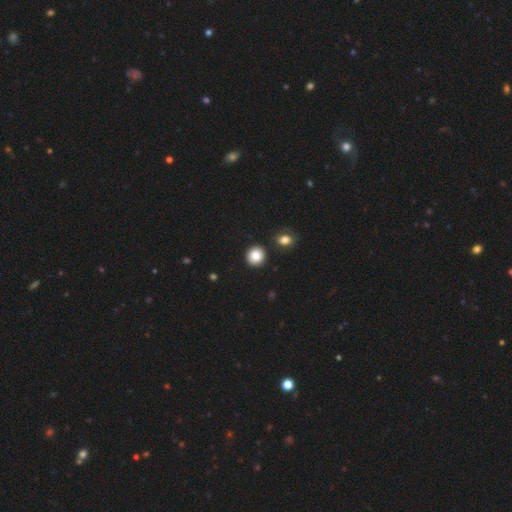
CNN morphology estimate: Q: Smooth or featured?
A: smooth (85%); runner-up: star or artifact (9%)
Q: How rounded?
A: round (87%); runner-up: in between (12%)
Q: Merging?
A: none (89%); runner-up: minor disturbance (6%)